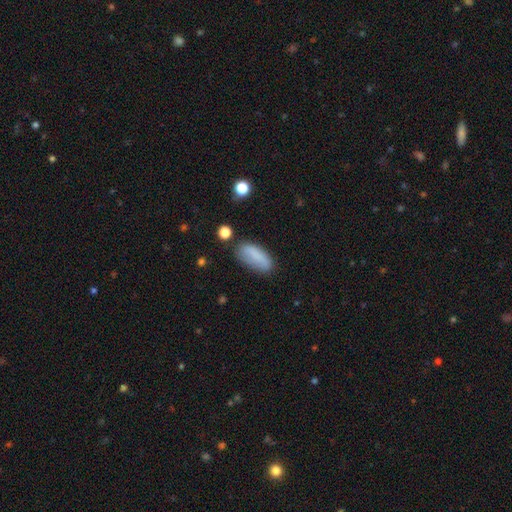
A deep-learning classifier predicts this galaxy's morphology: type=smooth (81%); roundness=in between (77%); merging=none (69%).